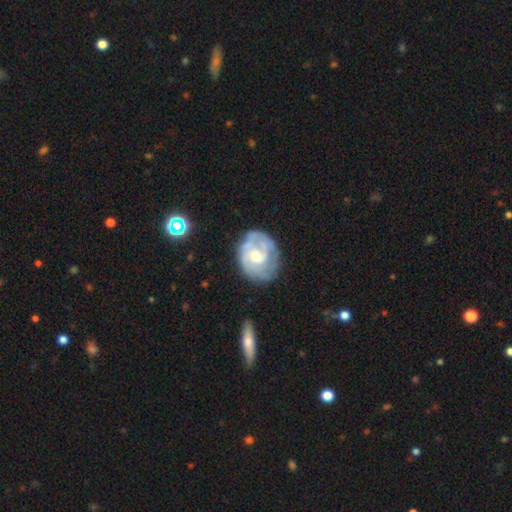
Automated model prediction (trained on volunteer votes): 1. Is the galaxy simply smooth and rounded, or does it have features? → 75% featured or disk, 19% smooth, 6% star or artifact.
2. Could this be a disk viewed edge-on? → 98% no, 2% yes.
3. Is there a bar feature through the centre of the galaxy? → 62% no, 33% weak, 5% strong.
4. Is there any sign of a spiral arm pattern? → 86% yes, 14% no.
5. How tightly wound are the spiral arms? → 48% tight, 38% medium, 14% loose.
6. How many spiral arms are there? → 39% 2, 32% can't tell, 16% 3, 6% 1, 4% 4, 3% more than 4.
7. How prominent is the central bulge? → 53% moderate, 39% small, 4% large, 3% none, 1% dominant.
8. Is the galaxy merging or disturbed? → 67% none, 21% minor disturbance, 9% major disturbance, 2% merger.